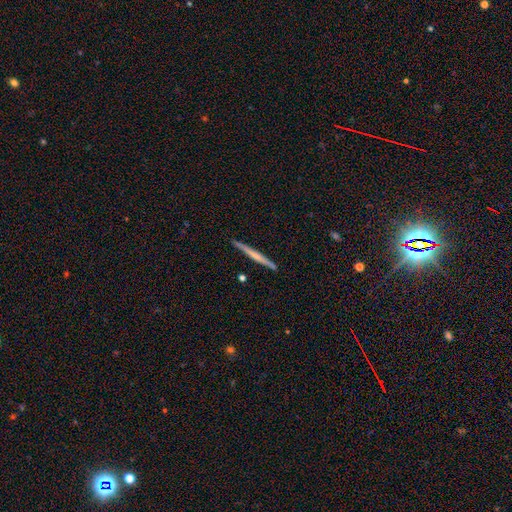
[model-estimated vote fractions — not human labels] The model was most divided on "smooth or featured": featured or disk: 56%, smooth: 39%, star or artifact: 5%. More confident: edge-on disk — yes (98%); merging — none (90%); edge-on bulge — none (56%).